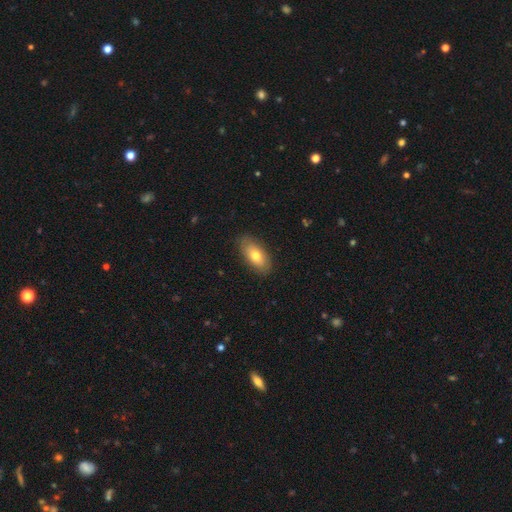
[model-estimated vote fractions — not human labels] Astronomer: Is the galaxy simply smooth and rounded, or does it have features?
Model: smooth — 73%.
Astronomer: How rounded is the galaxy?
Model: in between — 89%.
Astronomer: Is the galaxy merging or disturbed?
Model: none — 86%.